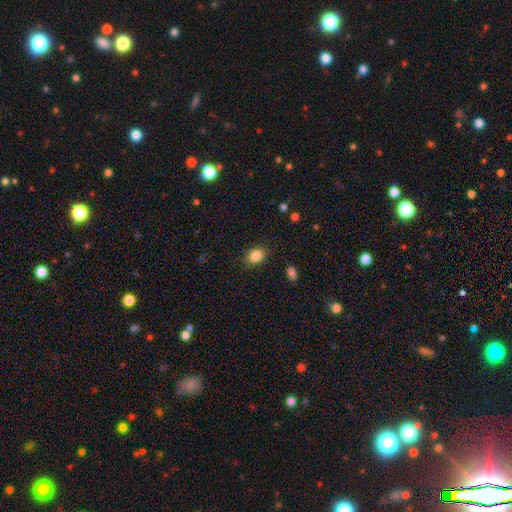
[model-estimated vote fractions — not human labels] Smooth or featured? Predicted: smooth (p=0.85). How rounded? Predicted: in between (p=0.71). Merging? Predicted: none (p=0.84).